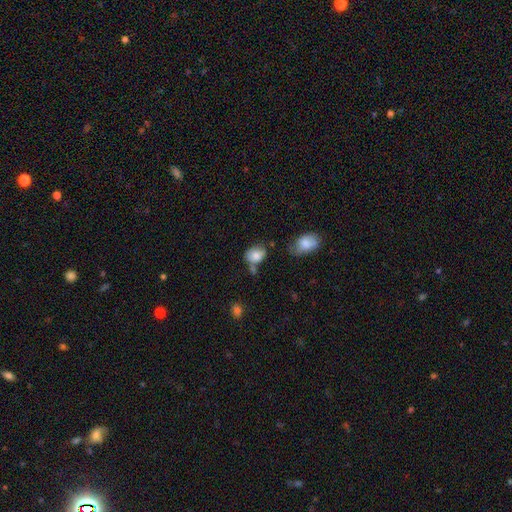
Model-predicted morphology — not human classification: smooth_or_featured: smooth (p=0.82) [alt: featured or disk p=0.09]
how_rounded: in between (p=0.68) [alt: round p=0.31]
merging: none (p=0.45) [alt: minor disturbance p=0.29]